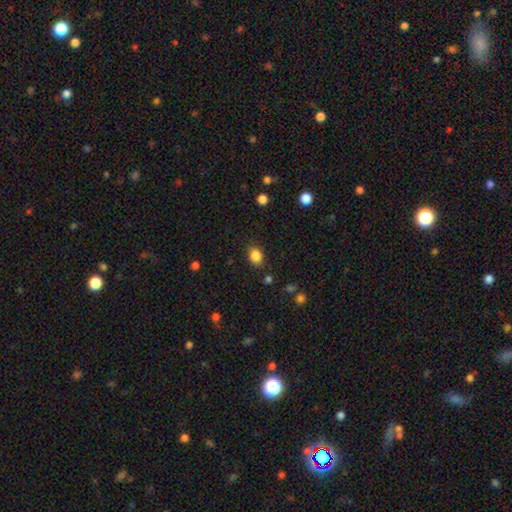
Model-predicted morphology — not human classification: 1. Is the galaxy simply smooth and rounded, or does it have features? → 86% smooth, 10% star or artifact, 4% featured or disk.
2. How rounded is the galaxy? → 70% in between, 29% round, 1% cigar-shaped.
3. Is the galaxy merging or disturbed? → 85% none, 11% minor disturbance, 3% major disturbance, 2% merger.